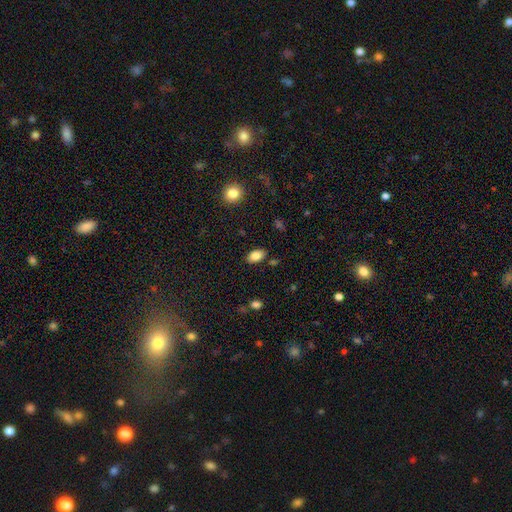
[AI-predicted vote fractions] A smooth galaxy with no disk features (85%) that is in between round and cigar-shaped (90%). Merging: none (85%).